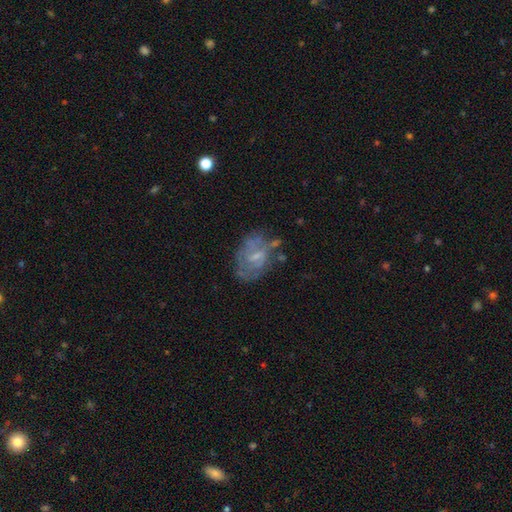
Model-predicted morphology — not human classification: A featured or disk galaxy (64%) with a weak bar (47%), spiral arms (59%) and a small central bulge (54%).

Vote fractions:
- Smooth or featured? featured or disk: 64% / smooth: 27% / star or artifact: 9%
- Edge-on disk? no: 97% / yes: 3%
- Bar? weak: 47% / no: 44% / strong: 9%
- Spiral arms? yes: 59% / no: 41%
- Bulge size? small: 54% / moderate: 25% / none: 18% / large: 2% / dominant: 1%
- Merging? none: 49% / minor disturbance: 26% / major disturbance: 18% / merger: 7%